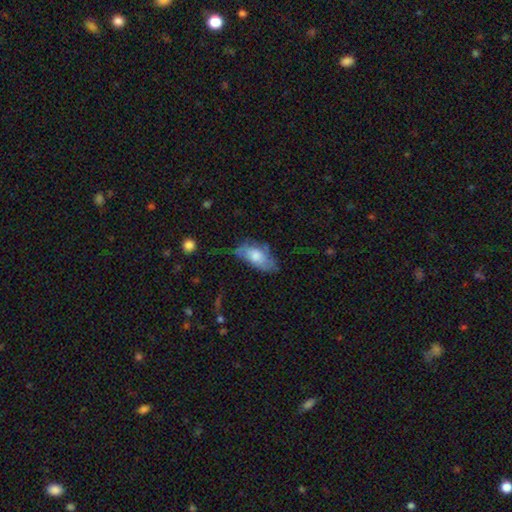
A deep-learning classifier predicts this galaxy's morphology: smooth_or_featured: smooth (p=0.65) [alt: featured or disk p=0.28]
how_rounded: in between (p=0.90) [alt: cigar-shaped p=0.06]
merging: none (p=0.38) [alt: minor disturbance p=0.37]